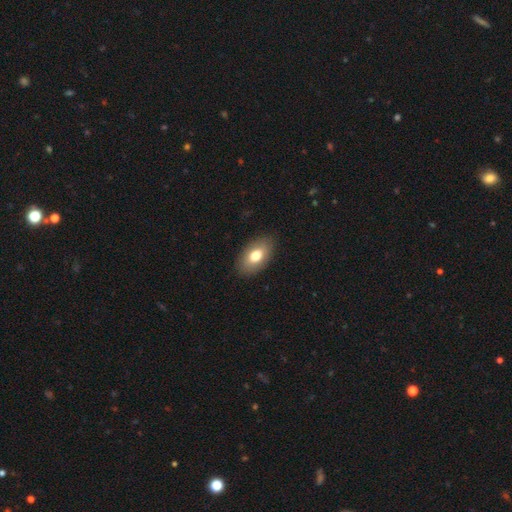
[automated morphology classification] smooth-or-featured: smooth: 74% | featured or disk: 19% | star or artifact: 7%
  how-rounded: in between: 93% | round: 6% | cigar-shaped: 2%
  merging: none: 87% | minor disturbance: 9% | major disturbance: 2% | merger: 1%